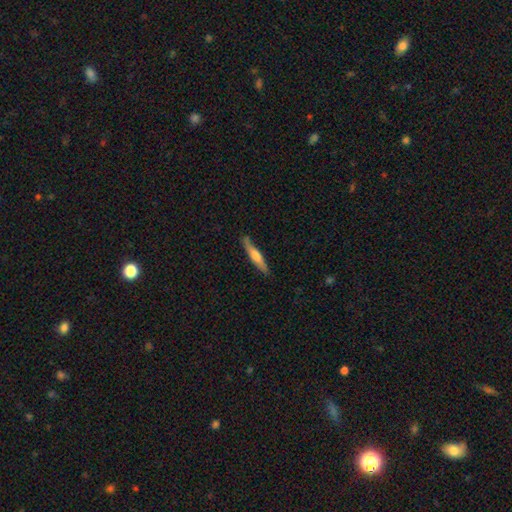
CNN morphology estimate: Q: Smooth or featured?
A: smooth (50%); runner-up: featured or disk (45%)
Q: Merging?
A: none (80%); runner-up: minor disturbance (15%)